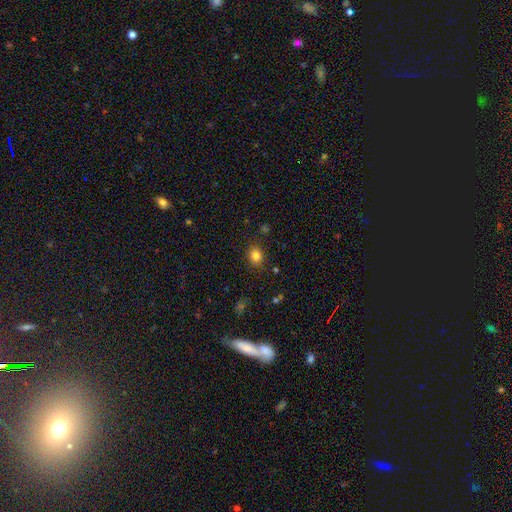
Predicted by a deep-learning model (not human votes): This is clearly a smooth galaxy (82%). How rounded: likely round (66%). Merging: clearly none (86%).